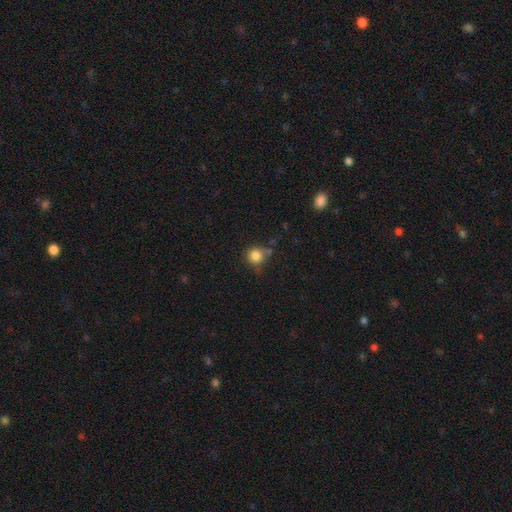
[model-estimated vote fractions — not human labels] A smooth galaxy with no disk features (83%) that is round (88%). Merging: none (61%).